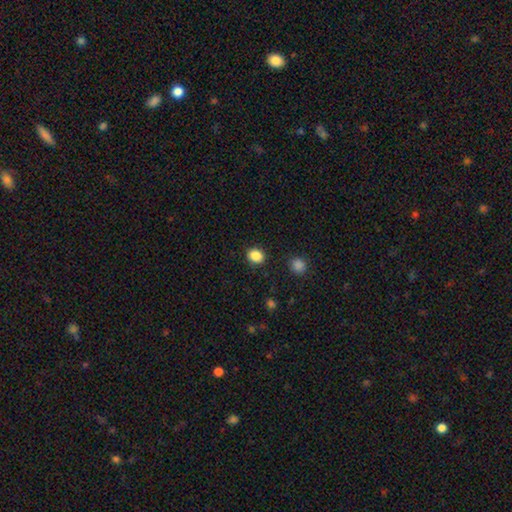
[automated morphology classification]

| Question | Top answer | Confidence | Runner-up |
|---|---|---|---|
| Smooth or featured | smooth | 86% | star or artifact (10%) |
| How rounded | round | 65% | in between (34%) |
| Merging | none | 88% | minor disturbance (8%) |